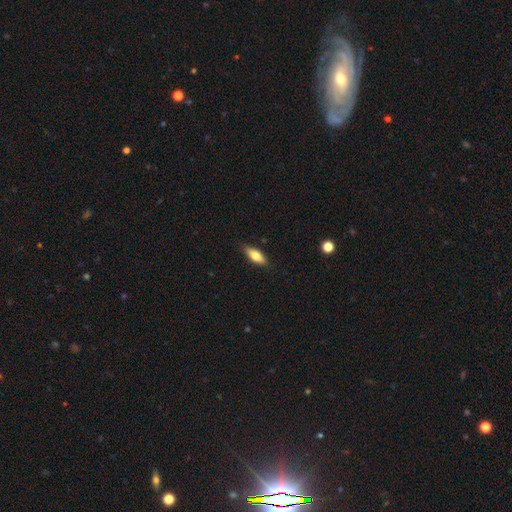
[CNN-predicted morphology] Overall: smooth (70%). How rounded: in between (69%). Merging: none (86%).